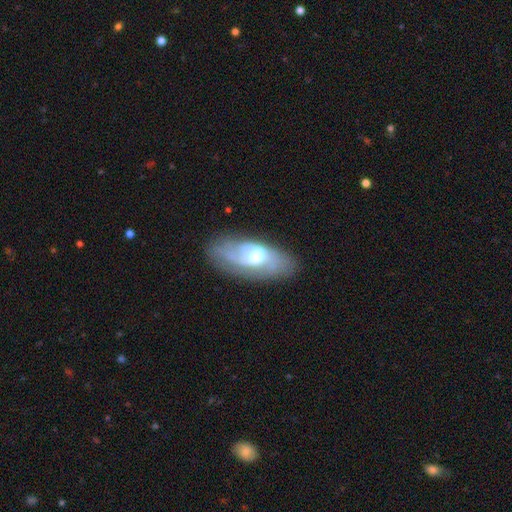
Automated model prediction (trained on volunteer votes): Smooth or featured? Predicted: featured or disk (p=0.62). Edge-on disk? Predicted: no (p=0.88). Bar? Predicted: weak (p=0.48). Spiral arms? Predicted: yes (p=0.74). Bulge size? Predicted: moderate (p=0.59). Merging? Predicted: none (p=0.65).